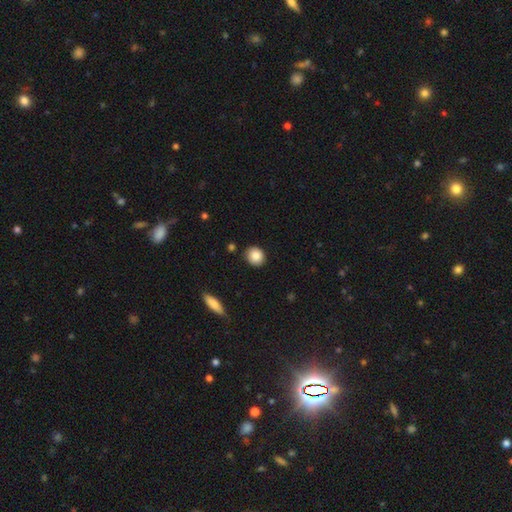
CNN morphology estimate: This is clearly a smooth galaxy (87%). How rounded: clearly round (82%). Merging: clearly none (89%).